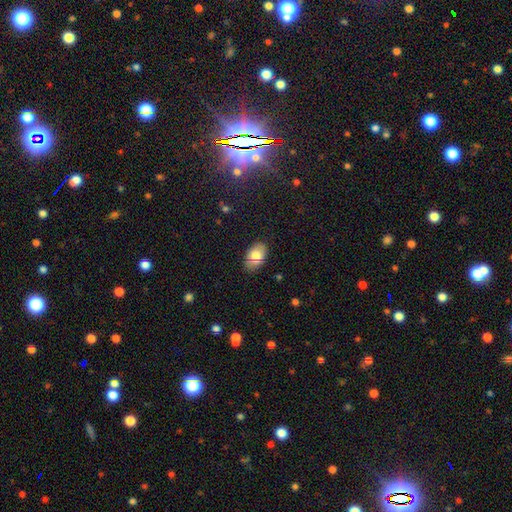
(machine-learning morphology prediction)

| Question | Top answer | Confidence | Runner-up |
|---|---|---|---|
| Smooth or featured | smooth | 76% | featured or disk (16%) |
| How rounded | in between | 91% | round (7%) |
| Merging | none | 80% | minor disturbance (16%) |